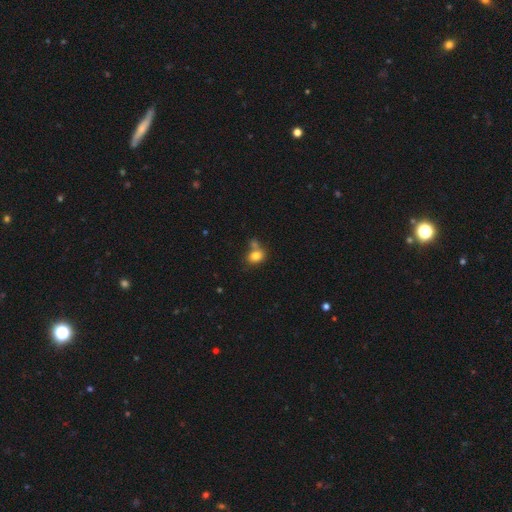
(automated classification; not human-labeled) Morphology: type=smooth (81%); roundness=round (51%); merging=none (48%).